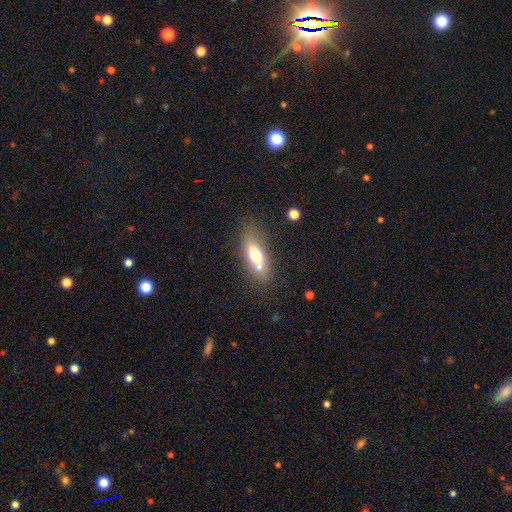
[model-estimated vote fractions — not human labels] Smooth or featured: smooth — 60% (featured or disk — 31%)
How rounded: in between — 64% (cigar-shaped — 31%)
Merging: none — 54% (merger — 21%)